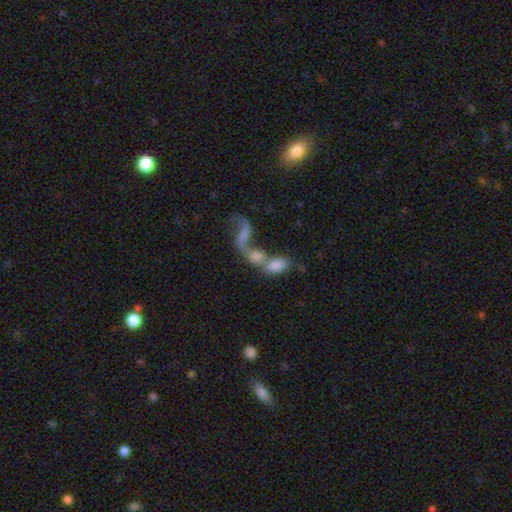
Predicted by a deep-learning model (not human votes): Q: Smooth or featured?
A: smooth (54%); runner-up: featured or disk (35%)
Q: How rounded?
A: in between (78%); runner-up: cigar-shaped (11%)
Q: Merging?
A: merger (70%); runner-up: none (16%)